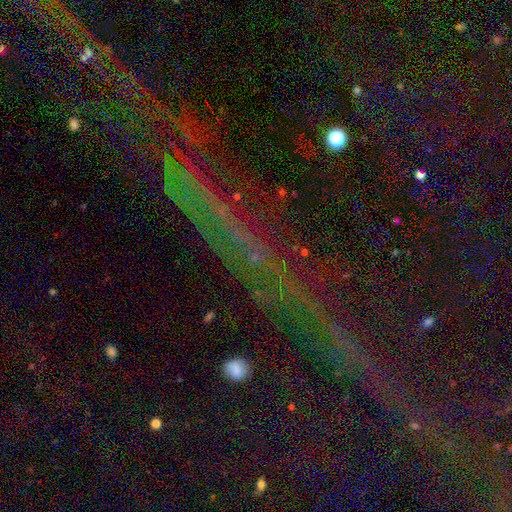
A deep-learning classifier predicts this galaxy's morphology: Smooth or featured?
  - star or artifact: 76% *
  - featured or disk: 14%
  - smooth: 10%